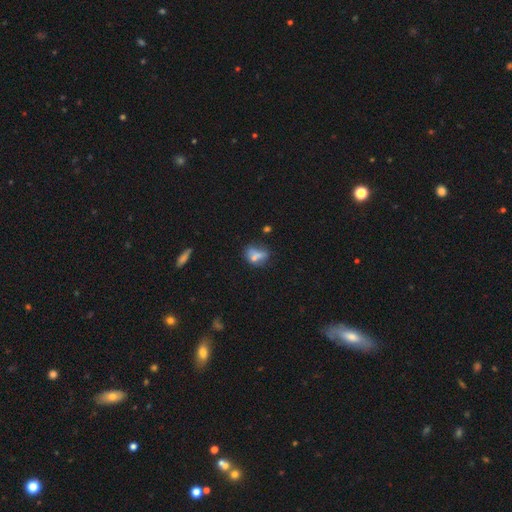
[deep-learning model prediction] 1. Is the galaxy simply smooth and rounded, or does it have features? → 60% smooth, 26% featured or disk, 14% star or artifact.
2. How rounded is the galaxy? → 56% in between, 39% round, 4% cigar-shaped.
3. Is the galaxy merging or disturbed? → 35% none (tied), 35% merger (tied), 18% minor disturbance, 12% major disturbance.